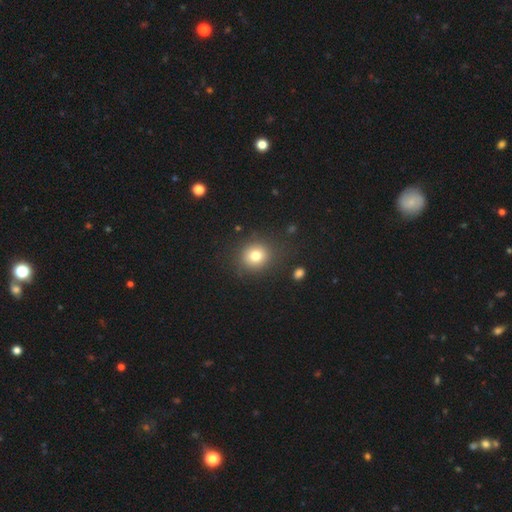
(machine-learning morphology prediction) Overall: smooth (78%). How rounded: round (84%). Merging: none (83%).